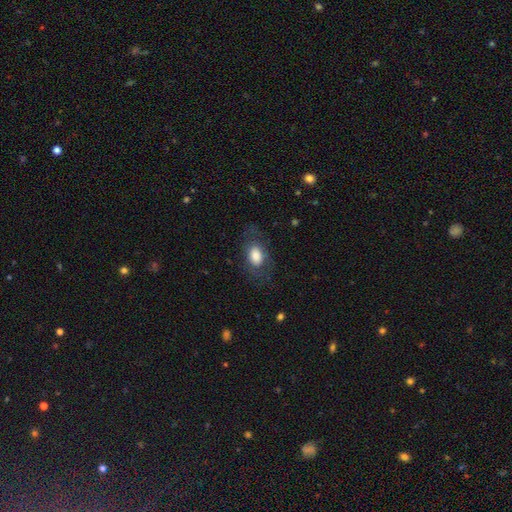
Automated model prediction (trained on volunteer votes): This is likely a smooth galaxy (71%). How rounded: clearly in between (87%). Merging: likely none (69%).